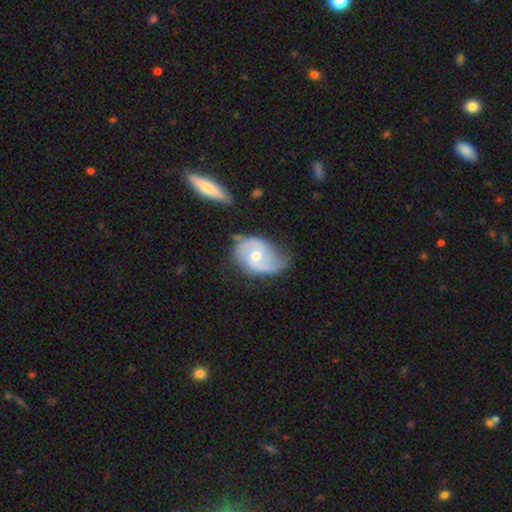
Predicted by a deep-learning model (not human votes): Q: Smooth or featured?
A: featured or disk (71%); runner-up: smooth (23%)
Q: Edge-on disk?
A: no (95%); runner-up: yes (5%)
Q: Bar?
A: no (48%); runner-up: weak (42%)
Q: Spiral arms?
A: yes (87%); runner-up: no (13%)
Q: Spiral winding?
A: medium (42%); runner-up: loose (35%)
Q: Spiral arm count?
A: 2 (76%); runner-up: can't tell (12%)
Q: Bulge size?
A: moderate (61%); runner-up: small (35%)
Q: Merging?
A: none (53%); runner-up: minor disturbance (32%)